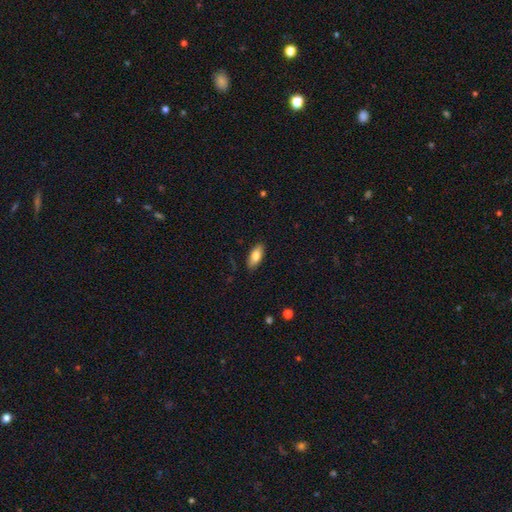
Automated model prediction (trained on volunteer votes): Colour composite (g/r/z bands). It shows a smooth galaxy with no disk features (79%) that is in between round and cigar-shaped (84%). Merging: none (87%).